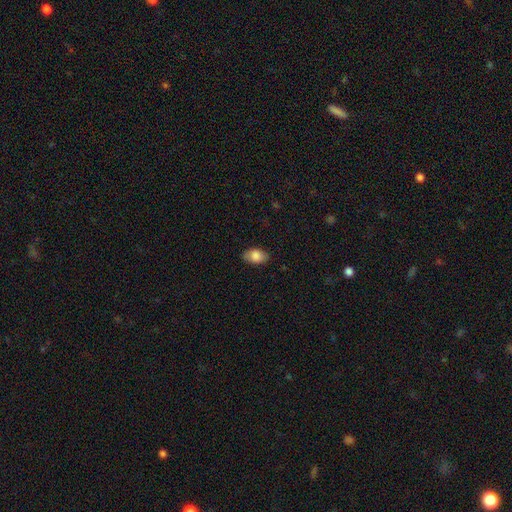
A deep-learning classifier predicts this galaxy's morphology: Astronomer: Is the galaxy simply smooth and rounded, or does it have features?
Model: smooth — 84%.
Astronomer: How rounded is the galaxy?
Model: in between — 91%.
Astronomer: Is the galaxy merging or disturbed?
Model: none — 85%.